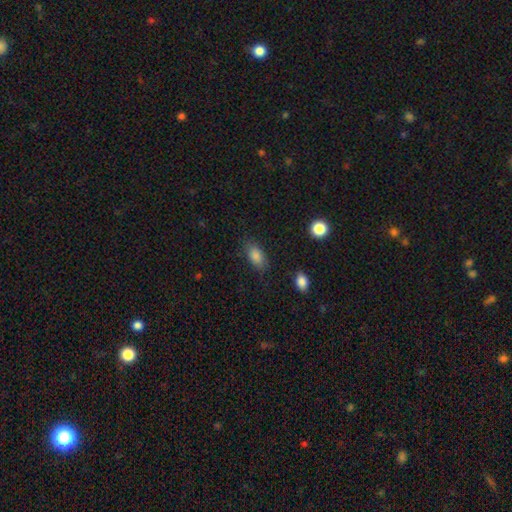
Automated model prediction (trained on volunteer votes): A smooth galaxy with no disk features (84%) that is in between round and cigar-shaped (89%). Merging: none (77%).